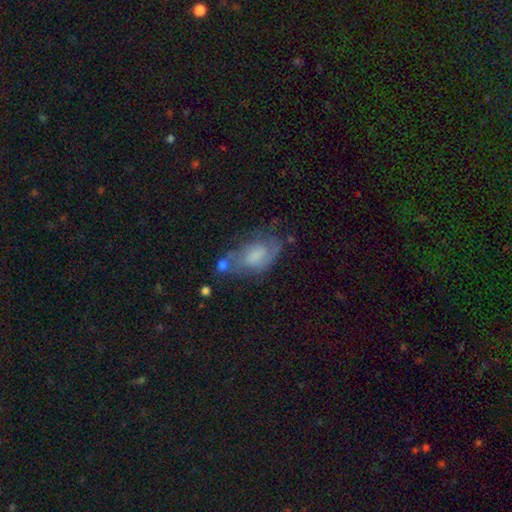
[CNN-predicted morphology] Overall: featured or disk (53%; smooth 38%). Edge-on disk: no (94%). Bar: no (52%; weak 40%). Spiral arms: yes (74%). Bulge size: none (36%; moderate 25%). Merging: none (45%; minor disturbance 27%).